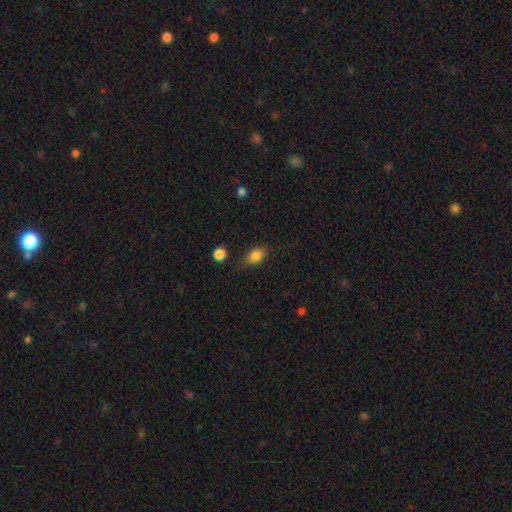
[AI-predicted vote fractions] Morphology: type=smooth (83%); roundness=in between (76%); merging=none (72%).